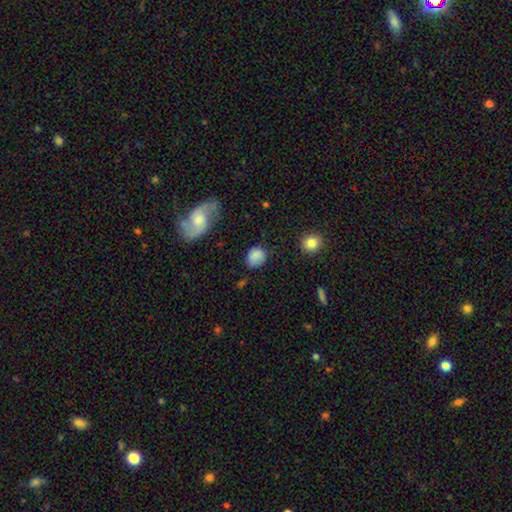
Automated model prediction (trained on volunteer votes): smooth-or-featured: smooth: 81% | featured or disk: 10% | star or artifact: 9%
  how-rounded: round: 64% | in between: 35% | cigar-shaped: 1%
  merging: none: 67% | minor disturbance: 23% | major disturbance: 6% | merger: 3%